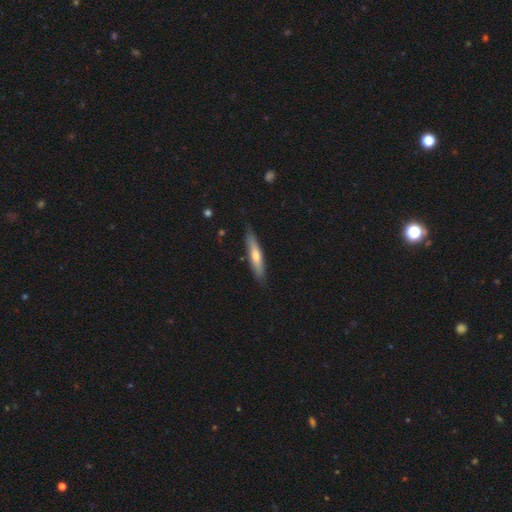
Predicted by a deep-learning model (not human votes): Overall: smooth (58%; featured or disk 37%). How rounded: cigar-shaped (86%). Merging: none (85%).